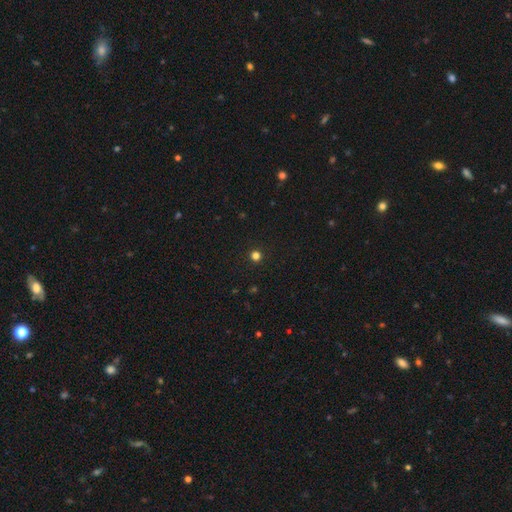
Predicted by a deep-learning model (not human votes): Smooth or featured: smooth — 79% (star or artifact — 18%)
How rounded: round — 95% (in between — 4%)
Merging: none — 93% (minor disturbance — 4%)